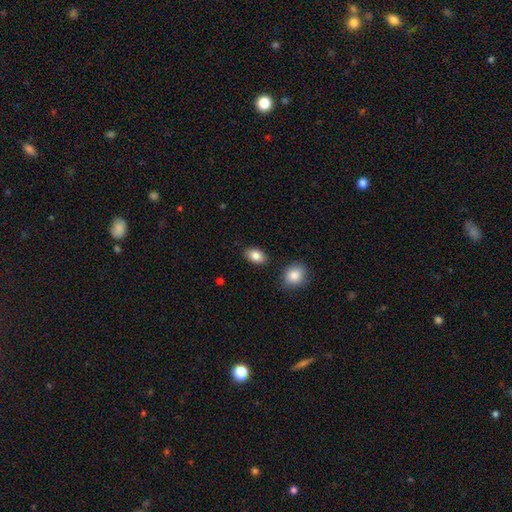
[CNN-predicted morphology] Smooth or featured? smooth (85%)
How rounded? in between (87%)
Merging? none (85%)